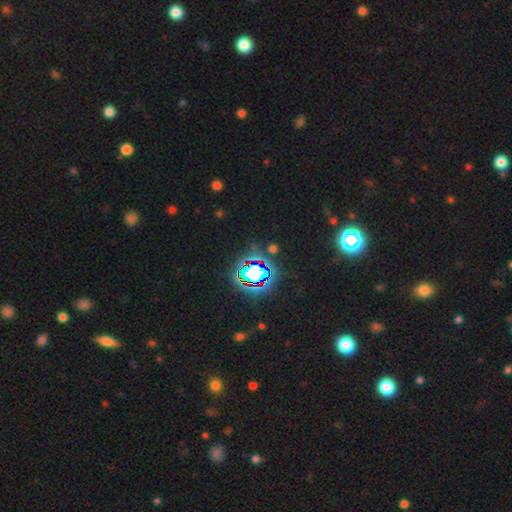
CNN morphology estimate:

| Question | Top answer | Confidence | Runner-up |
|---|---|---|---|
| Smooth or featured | star or artifact | 81% | smooth (12%) |